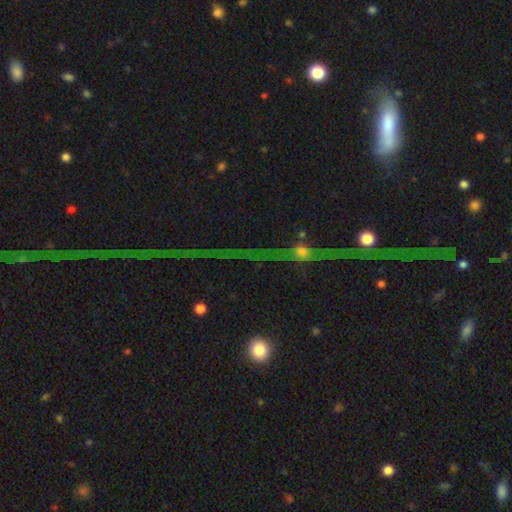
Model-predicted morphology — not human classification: star or artifact 53%, featured or disk 33%, smooth 14%.